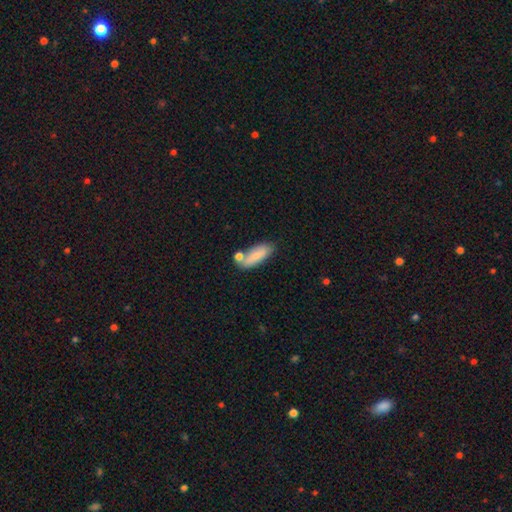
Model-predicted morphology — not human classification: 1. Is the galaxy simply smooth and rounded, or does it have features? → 82% smooth, 11% featured or disk, 7% star or artifact.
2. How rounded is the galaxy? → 68% in between, 29% cigar-shaped, 2% round.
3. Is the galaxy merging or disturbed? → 59% none, 19% merger, 17% minor disturbance, 5% major disturbance.